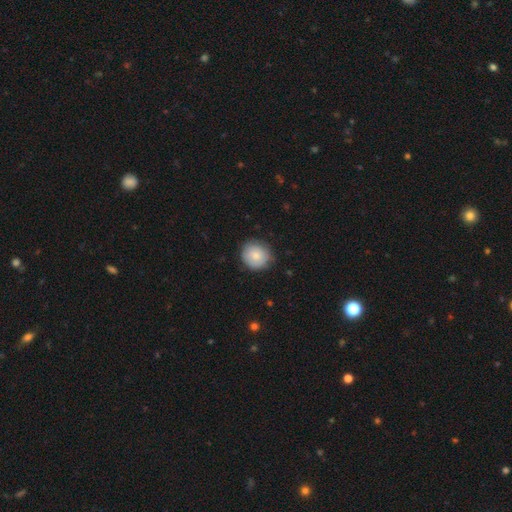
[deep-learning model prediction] The model was most divided on "merging": none: 82%, minor disturbance: 14%, major disturbance: 3%, merger: 1%. More confident: how rounded — round (91%); smooth or featured — smooth (81%).